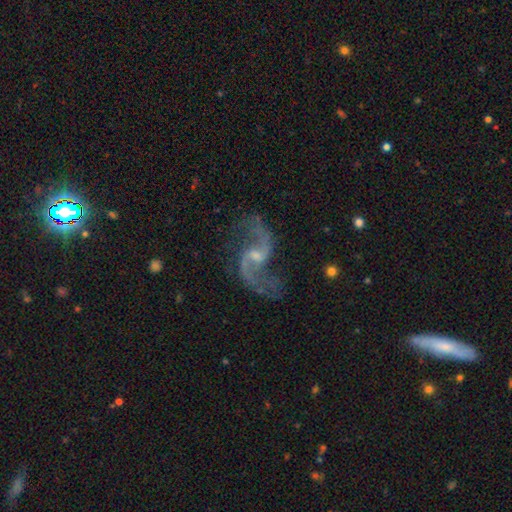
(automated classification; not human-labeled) Overall: featured or disk (92%). Edge-on disk: no (98%). Bar: weak (52%; no 33%). Spiral arms: yes (97%). Spiral arm count: 2 (94%). Spiral winding: loose (78%). Bulge size: small (63%; moderate 25%). Merging: none (75%).